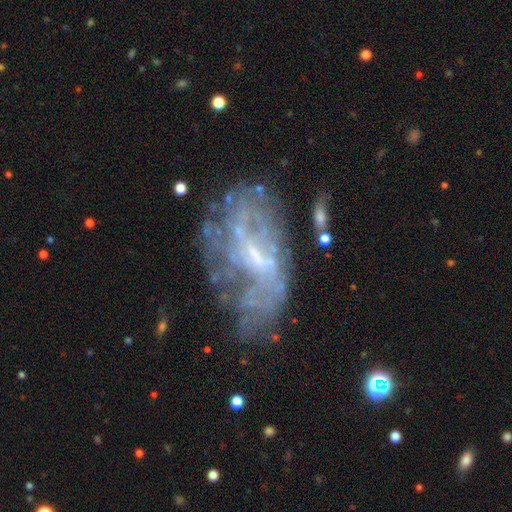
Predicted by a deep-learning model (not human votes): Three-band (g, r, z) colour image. It shows a featured or disk galaxy (73%) with no bar (44%), no spiral arms (58%) and a small central bulge (50%). Merging: none (49%).